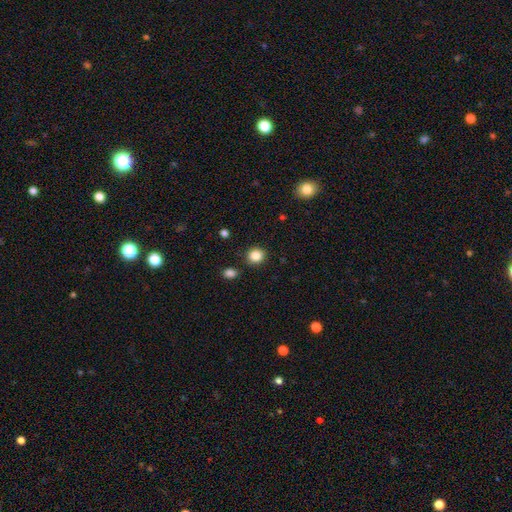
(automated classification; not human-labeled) A smooth galaxy with no disk features (86%) that is round (82%). Merging: none (86%).